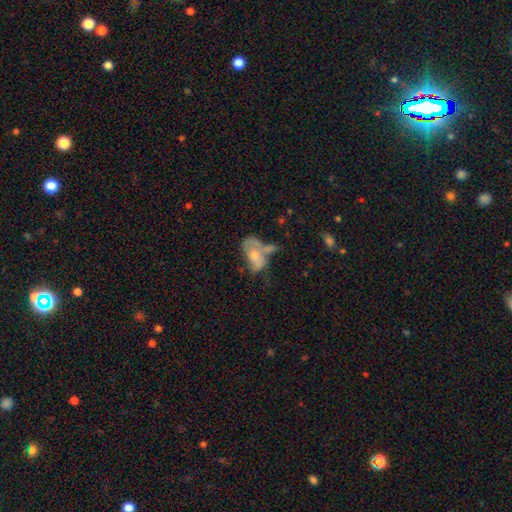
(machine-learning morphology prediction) type=smooth (47%); merging=merger (40%).